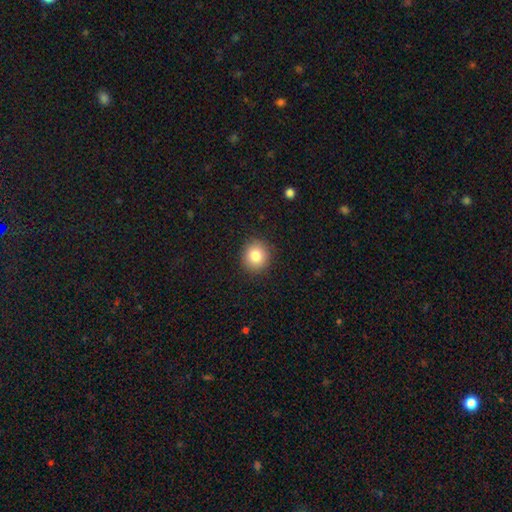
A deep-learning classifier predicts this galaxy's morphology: Smooth or featured: smooth — 83% (star or artifact — 9%)
How rounded: round — 89% (in between — 10%)
Merging: none — 90% (minor disturbance — 7%)